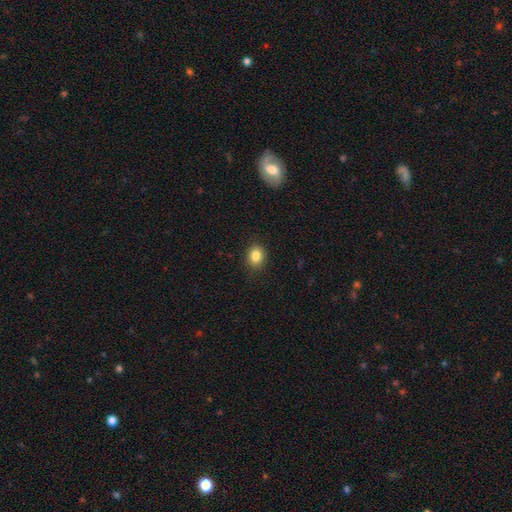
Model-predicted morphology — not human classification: smooth 84%, star or artifact 10%, featured or disk 6%. Down the decision tree: how rounded — round (51%); merging — none (88%).